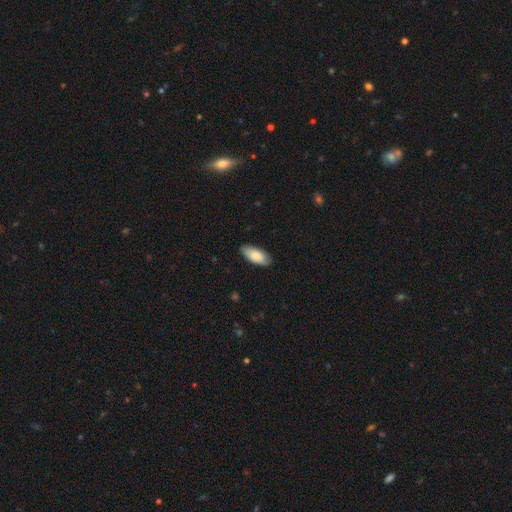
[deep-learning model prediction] Smooth or featured? Predicted: smooth (p=0.86). How rounded? Predicted: in between (p=0.90). Merging? Predicted: none (p=0.86).